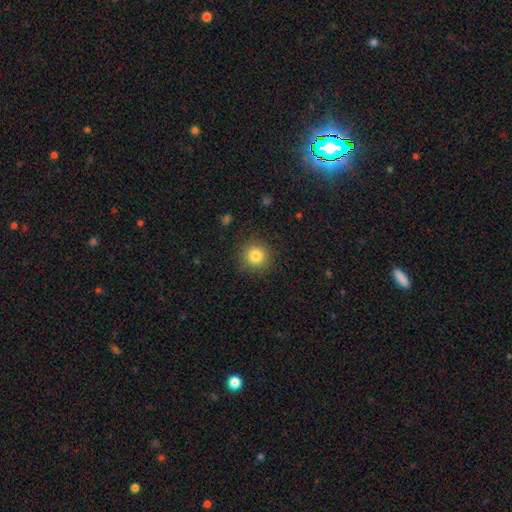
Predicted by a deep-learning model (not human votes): Smooth or featured: smooth — 82% (star or artifact — 11%)
How rounded: round — 94% (in between — 5%)
Merging: none — 88% (minor disturbance — 8%)